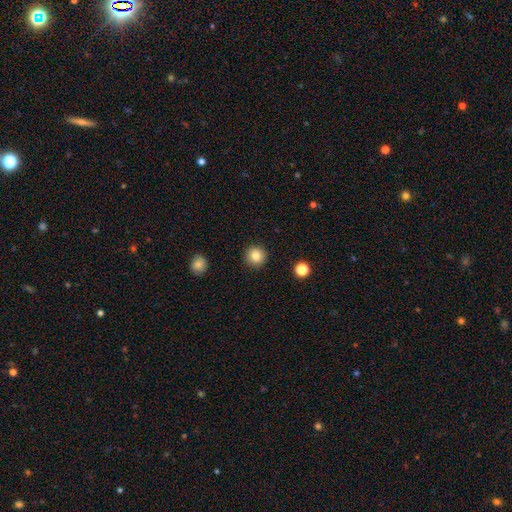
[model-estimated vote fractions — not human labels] Smooth or featured? smooth (84%)
How rounded? round (96%)
Merging? none (92%)